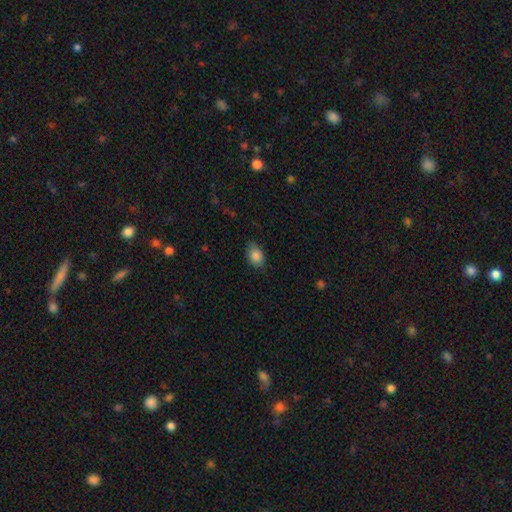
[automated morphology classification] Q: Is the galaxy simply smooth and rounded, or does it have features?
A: smooth — 87%.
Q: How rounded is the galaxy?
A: in between — 75%.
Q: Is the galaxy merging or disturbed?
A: none — 76%.